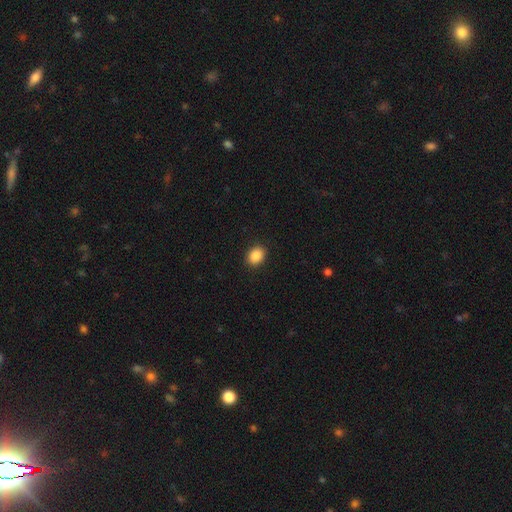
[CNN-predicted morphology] Smooth or featured? smooth (89%)
How rounded? in between (51%)
Merging? none (90%)